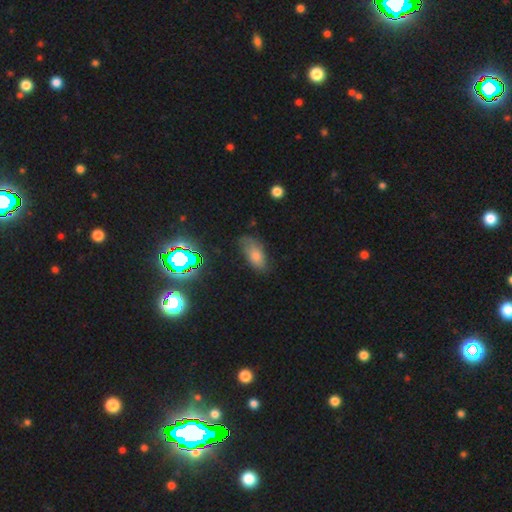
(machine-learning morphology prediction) This appears to be a smooth galaxy with no disk features (66%) that is in between round and cigar-shaped (87%). Merging: none (63%).